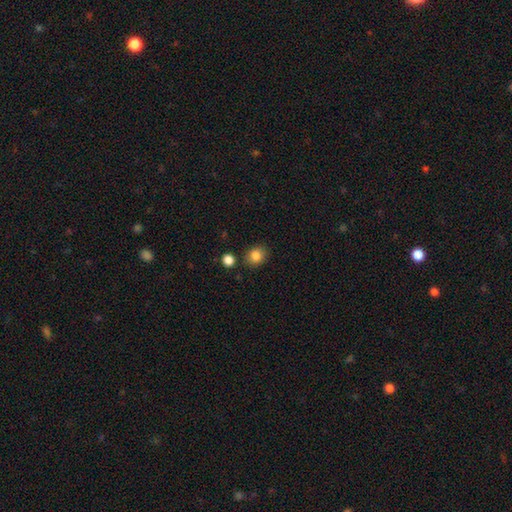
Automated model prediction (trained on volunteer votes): Overall: smooth (84%). How rounded: round (65%; in between 34%). Merging: none (83%).